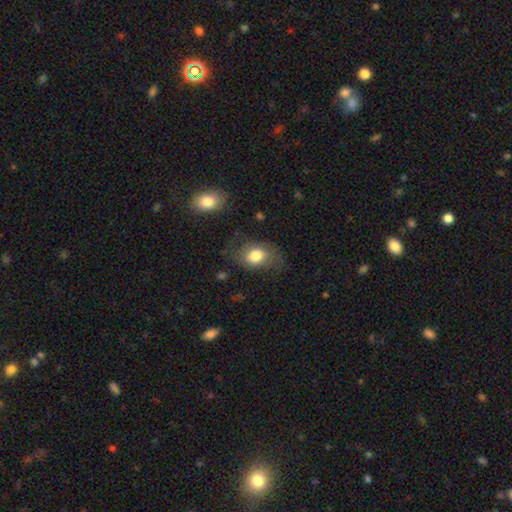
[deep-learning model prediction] Smooth or featured?
  - smooth: 74% *
  - featured or disk: 18%
  - star or artifact: 8%
How rounded?
  - in between: 73% *
  - round: 26%
  - cigar-shaped: 1%
Merging?
  - none: 59% *
  - minor disturbance: 24%
  - major disturbance: 16%
  - merger: 2%